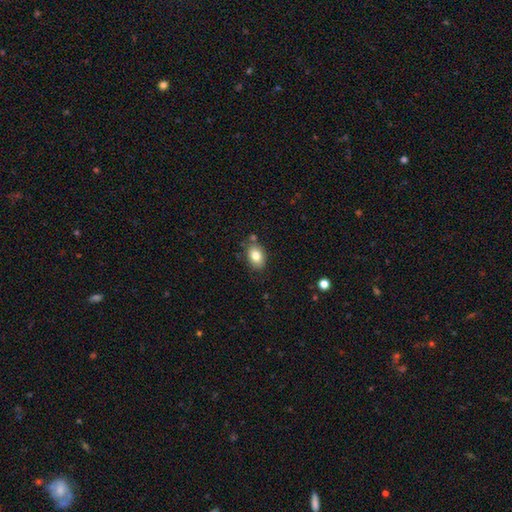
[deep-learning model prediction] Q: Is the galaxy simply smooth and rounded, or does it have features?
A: smooth — 82%.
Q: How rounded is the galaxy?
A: in between — 79%.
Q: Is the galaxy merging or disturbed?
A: none — 78%.